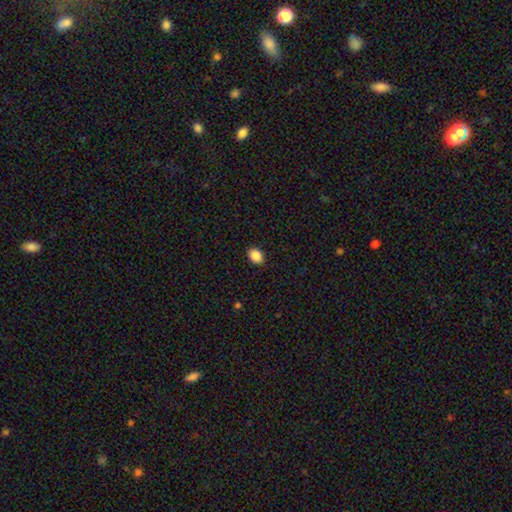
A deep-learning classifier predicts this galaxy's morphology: Overall: smooth (88%). How rounded: in between (68%; round 31%). Merging: none (89%).